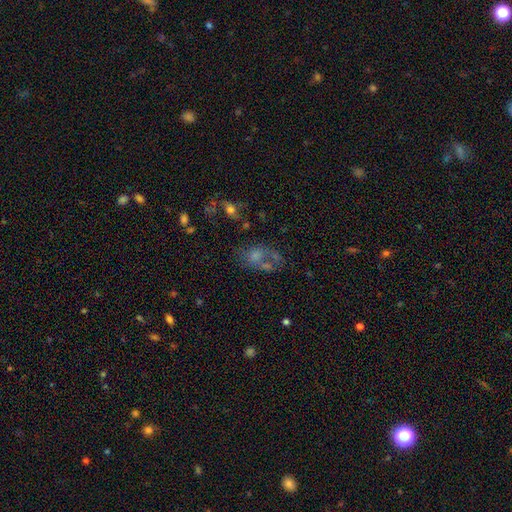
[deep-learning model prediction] smooth 42%, featured or disk 33%, star or artifact 25%. Down the decision tree: merging — none (36%).